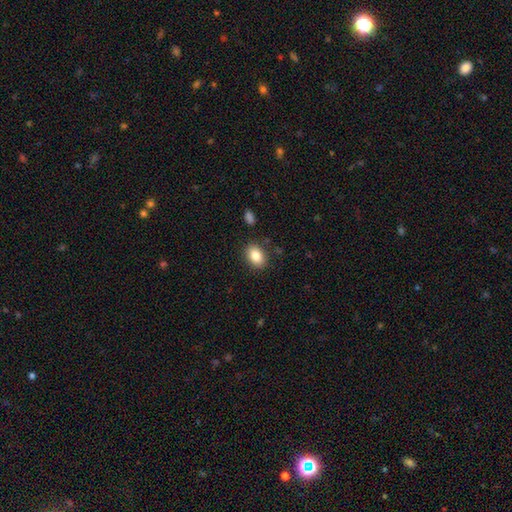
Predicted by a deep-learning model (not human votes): smooth-or-featured: smooth: 84% | star or artifact: 8% | featured or disk: 8%
  how-rounded: in between: 74% | round: 25% | cigar-shaped: 1%
  merging: none: 86% | minor disturbance: 10% | major disturbance: 3% | merger: 2%